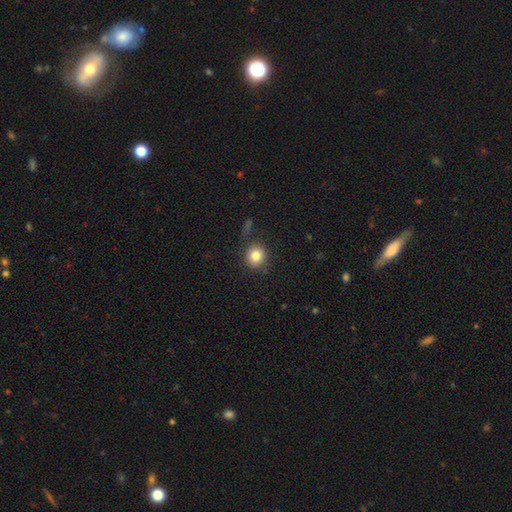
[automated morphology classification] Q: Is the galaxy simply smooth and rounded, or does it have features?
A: smooth — 82%.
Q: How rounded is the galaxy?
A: round — 89%.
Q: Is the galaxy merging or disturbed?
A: none — 83%.